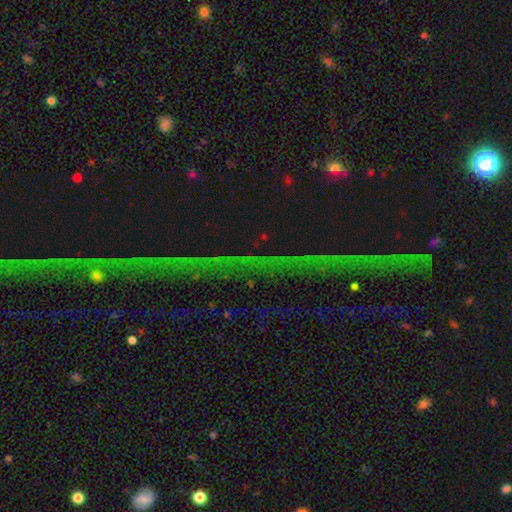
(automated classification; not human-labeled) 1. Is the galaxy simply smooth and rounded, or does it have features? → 81% star or artifact, 11% featured or disk, 8% smooth.